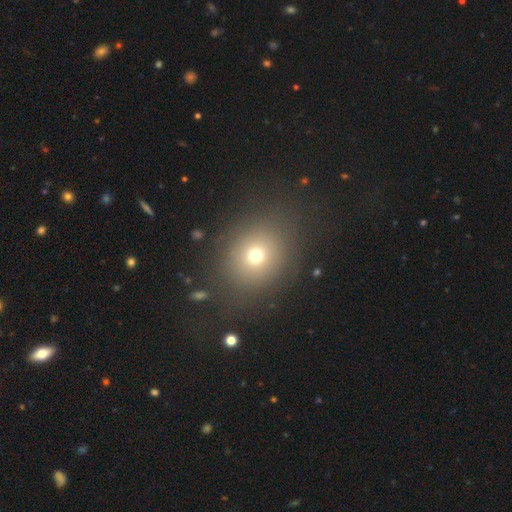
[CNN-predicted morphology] smooth 69%, star or artifact 19%, featured or disk 11%. Down the decision tree: how rounded — round (74%); merging — none (83%).